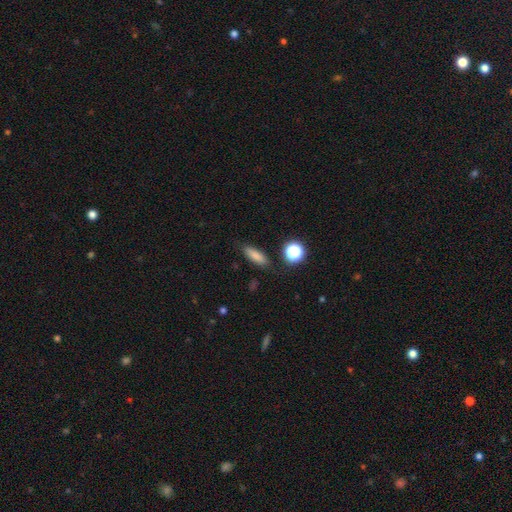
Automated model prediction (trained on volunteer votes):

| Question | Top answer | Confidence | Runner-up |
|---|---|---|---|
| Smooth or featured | smooth | 80% | star or artifact (11%) |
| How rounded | in between | 50% | cigar-shaped (43%) |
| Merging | none | 82% | minor disturbance (12%) |